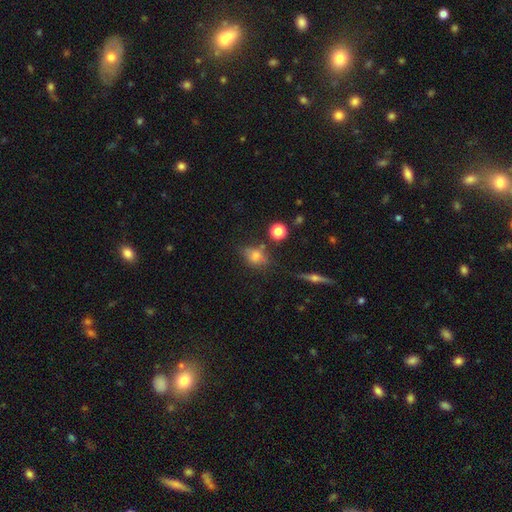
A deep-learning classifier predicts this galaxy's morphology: A smooth galaxy with no disk features (65%) that is in between round and cigar-shaped (56%).

Vote fractions:
- Smooth or featured? smooth: 65% / featured or disk: 20% / star or artifact: 16%
- How rounded? in between: 56% / round: 41% / cigar-shaped: 4%
- Merging? none: 65% / minor disturbance: 20% / merger: 9% / major disturbance: 6%